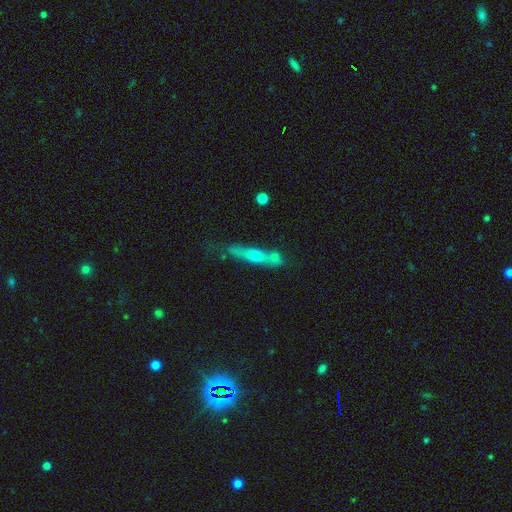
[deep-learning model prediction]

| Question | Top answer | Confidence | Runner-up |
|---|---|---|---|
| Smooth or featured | featured or disk | 48% | smooth (43%) |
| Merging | none | 53% | merger (21%) |